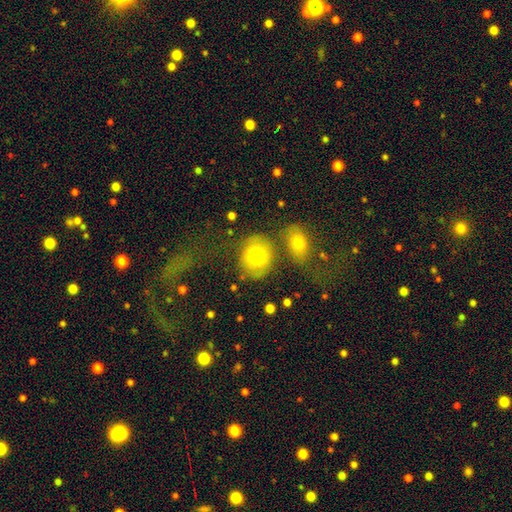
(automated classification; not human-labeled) Smooth or featured?
  - smooth: 73% *
  - featured or disk: 16%
  - star or artifact: 11%
How rounded?
  - round: 71% *
  - in between: 28%
  - cigar-shaped: 1%
Merging?
  - none: 61% *
  - merger: 16%
  - minor disturbance: 15%
  - major disturbance: 8%